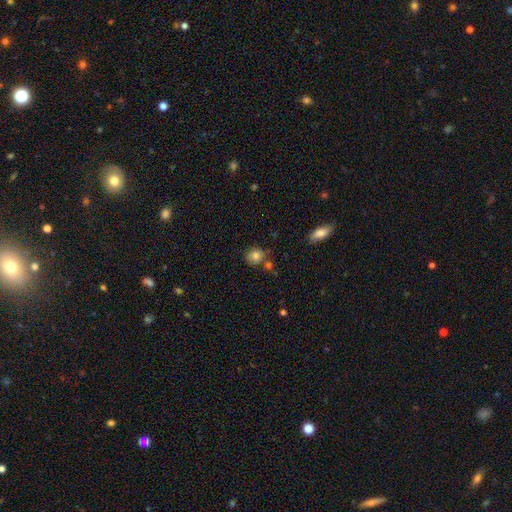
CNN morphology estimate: smooth-or-featured: smooth: 82% | star or artifact: 10% | featured or disk: 8%
  how-rounded: round: 77% | in between: 22% | cigar-shaped: 1%
  merging: none: 68% | minor disturbance: 15% | merger: 13% | major disturbance: 4%